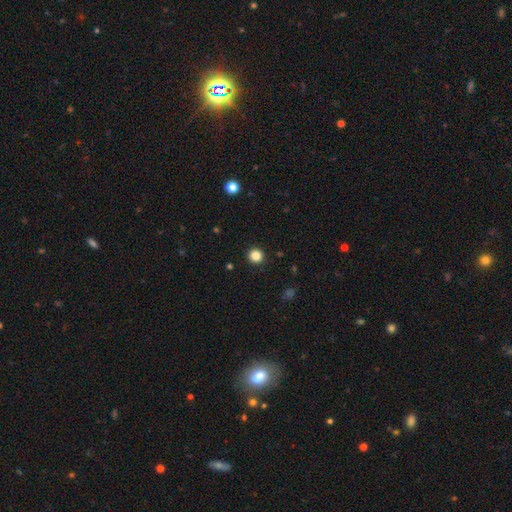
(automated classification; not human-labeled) The model was most divided on "smooth or featured": smooth: 84%, star or artifact: 12%, featured or disk: 4%. More confident: how rounded — round (94%); merging — none (92%).